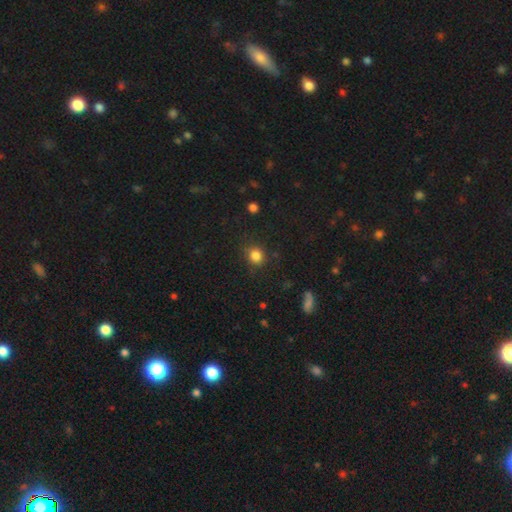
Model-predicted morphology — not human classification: This appears to be a smooth galaxy with no disk features (83%) that is round (83%). Merging: none (81%).